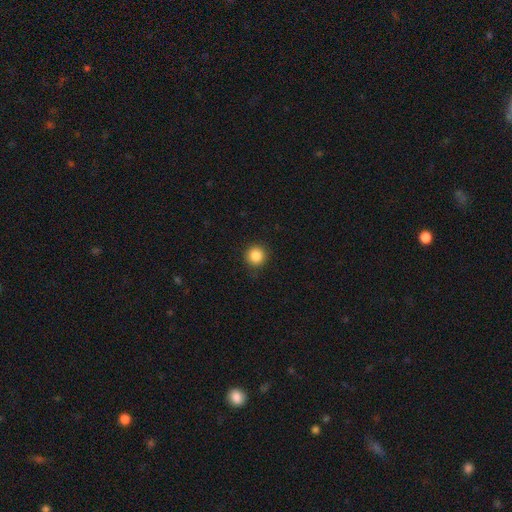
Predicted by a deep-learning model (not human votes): A smooth galaxy with no disk features (86%) that is round (94%). Merging: none (89%).